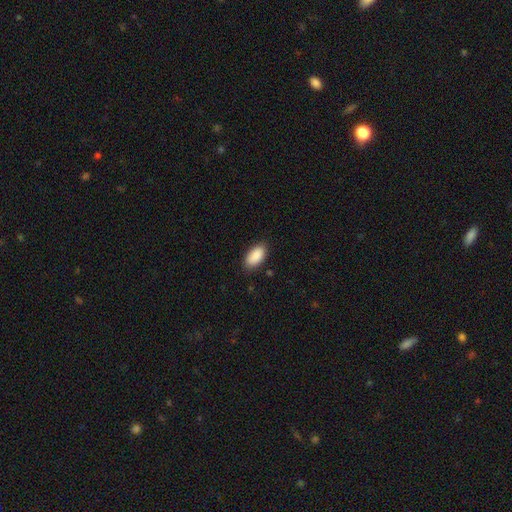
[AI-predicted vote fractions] A smooth galaxy with no disk features (90%) that is in between round and cigar-shaped (94%).

Vote fractions:
- Smooth or featured? smooth: 90% / star or artifact: 6% / featured or disk: 4%
- How rounded? in between: 94% / cigar-shaped: 3% / round: 3%
- Merging? none: 85% / minor disturbance: 12% / major disturbance: 2% / merger: 1%